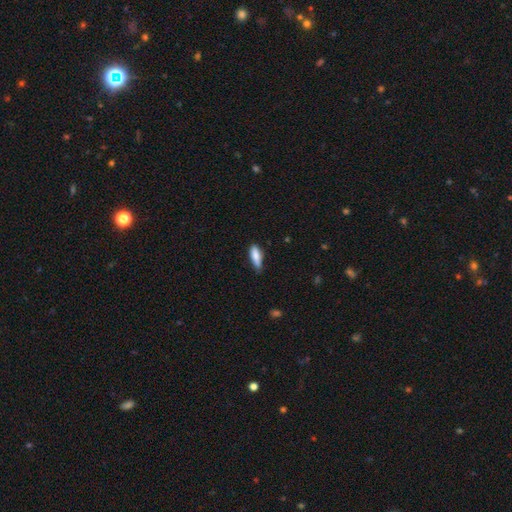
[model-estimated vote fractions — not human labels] Q: Smooth or featured?
A: smooth (82%); runner-up: featured or disk (12%)
Q: How rounded?
A: in between (57%); runner-up: cigar-shaped (41%)
Q: Merging?
A: none (61%); runner-up: minor disturbance (32%)